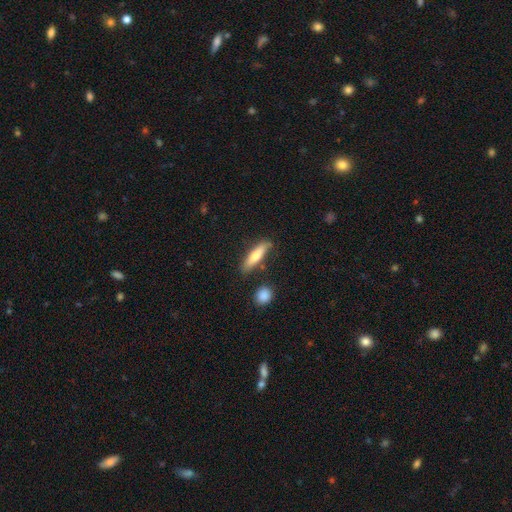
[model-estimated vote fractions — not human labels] Overall: smooth (66%; featured or disk 28%). How rounded: cigar-shaped (73%). Merging: none (78%).